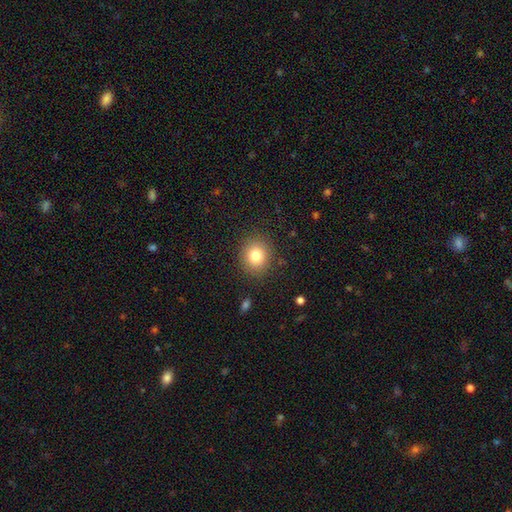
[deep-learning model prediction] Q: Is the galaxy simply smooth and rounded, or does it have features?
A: smooth — 80%.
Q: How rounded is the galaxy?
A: round — 77%.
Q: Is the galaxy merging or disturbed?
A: none — 88%.